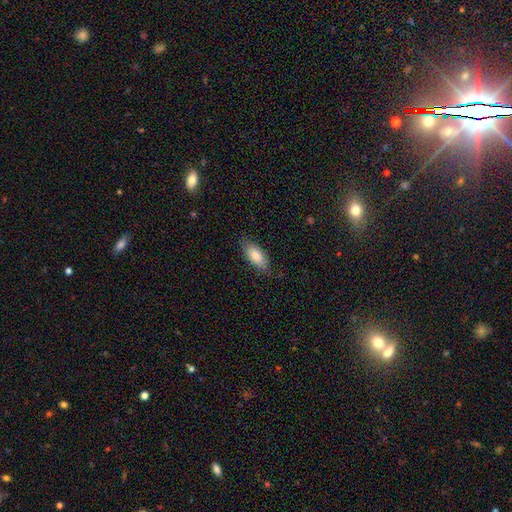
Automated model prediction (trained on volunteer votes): Smooth or featured? Predicted: smooth (p=0.81). How rounded? Predicted: in between (p=0.86). Merging? Predicted: none (p=0.80).